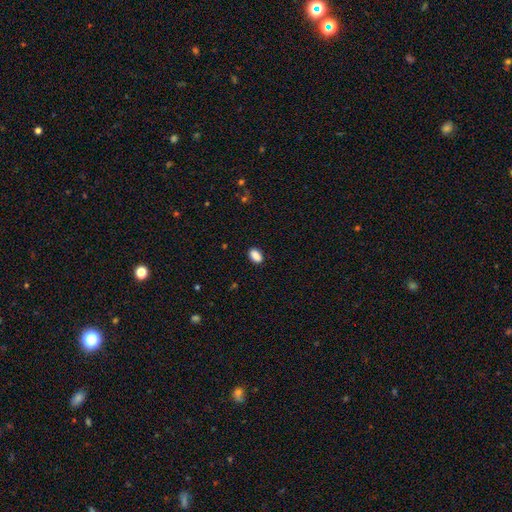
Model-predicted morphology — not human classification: A smooth galaxy with no disk features (89%) that is in between round and cigar-shaped (90%).

Vote fractions:
- Smooth or featured? smooth: 89% / star or artifact: 8% / featured or disk: 3%
- How rounded? in between: 90% / round: 8% / cigar-shaped: 2%
- Merging? none: 88% / minor disturbance: 9% / major disturbance: 2% / merger: 1%